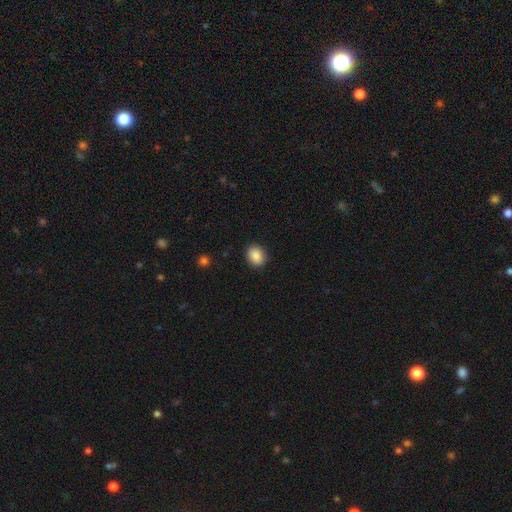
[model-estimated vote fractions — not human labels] smooth_or_featured: smooth (p=0.88) [alt: star or artifact p=0.08]
how_rounded: round (p=0.52) [alt: in between p=0.47]
merging: none (p=0.89) [alt: minor disturbance p=0.08]